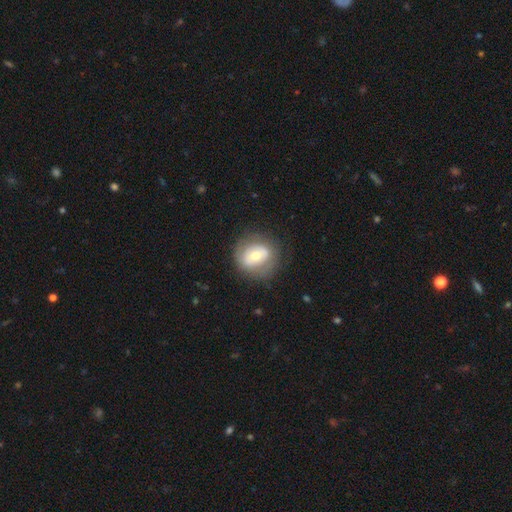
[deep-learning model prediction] A smooth galaxy with no disk features (48%). Merging: none (73%).